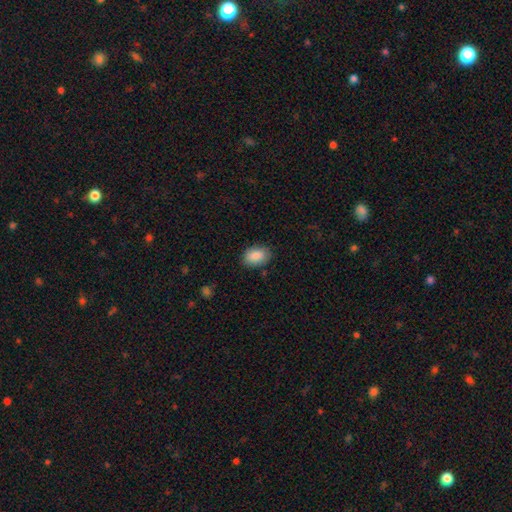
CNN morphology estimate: Q: Smooth or featured?
A: smooth (88%); runner-up: star or artifact (7%)
Q: How rounded?
A: in between (87%); runner-up: round (12%)
Q: Merging?
A: none (85%); runner-up: minor disturbance (12%)